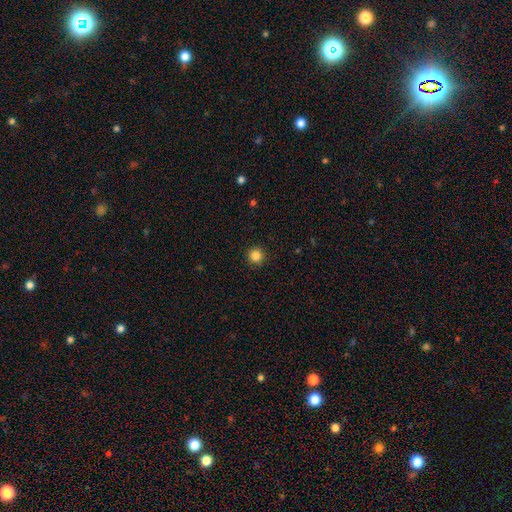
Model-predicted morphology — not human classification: This is clearly a smooth galaxy (85%). How rounded: clearly round (95%). Merging: clearly none (92%).